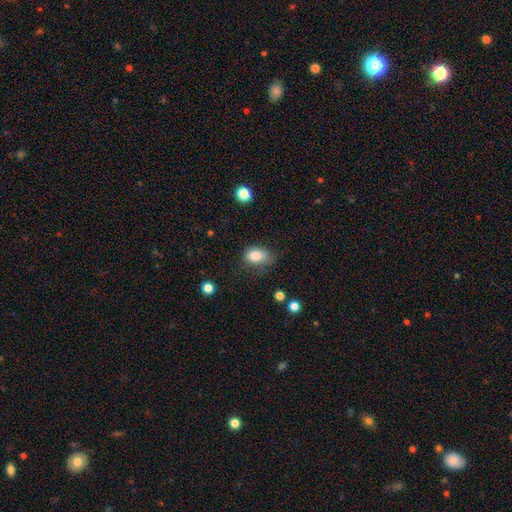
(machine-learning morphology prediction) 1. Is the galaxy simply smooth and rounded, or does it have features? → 83% smooth, 9% star or artifact, 8% featured or disk.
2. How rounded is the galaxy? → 83% in between, 15% round, 1% cigar-shaped.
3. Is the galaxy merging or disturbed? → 57% none, 30% minor disturbance, 11% major disturbance, 2% merger.